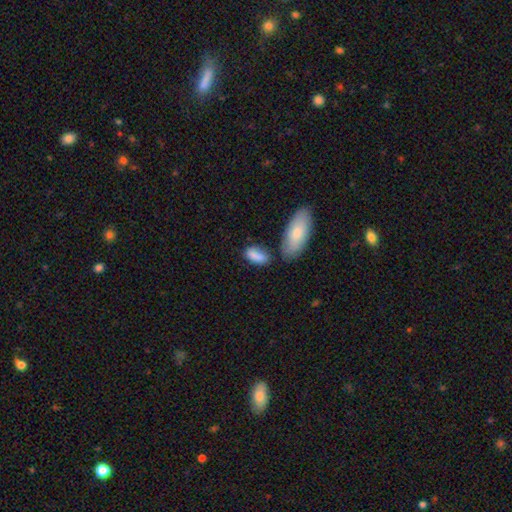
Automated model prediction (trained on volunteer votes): This appears to be a smooth galaxy with no disk features (83%) that is in between round and cigar-shaped (81%). Merging: none (52%).